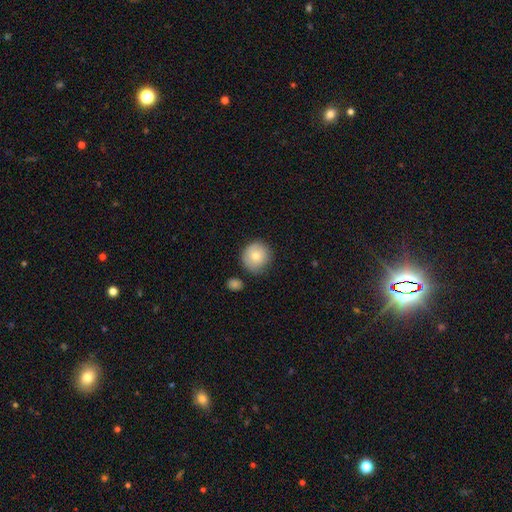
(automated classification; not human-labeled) Smooth or featured: smooth — 78% (featured or disk — 14%)
How rounded: round — 91% (in between — 8%)
Merging: none — 77% (minor disturbance — 16%)